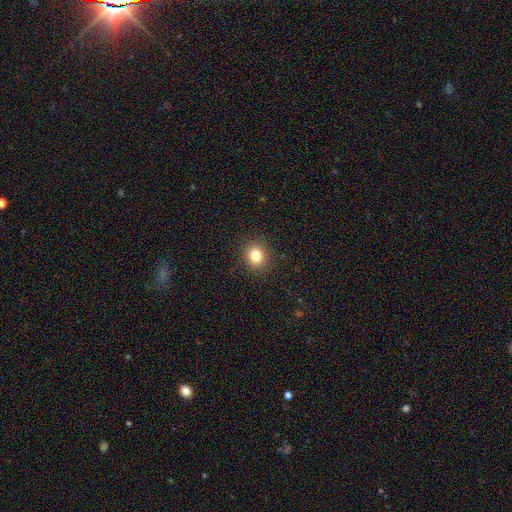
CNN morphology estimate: A smooth galaxy with no disk features (82%) that is round (72%).

Vote fractions:
- Smooth or featured? smooth: 82% / star or artifact: 12% / featured or disk: 6%
- How rounded? round: 72% / in between: 27% / cigar-shaped: 1%
- Merging? none: 89% / minor disturbance: 7% / major disturbance: 2% / merger: 1%